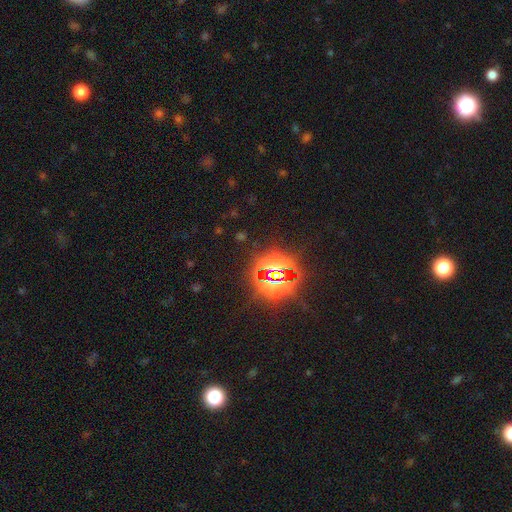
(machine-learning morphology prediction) smooth_or_featured: star or artifact (p=0.82) [alt: smooth p=0.11]